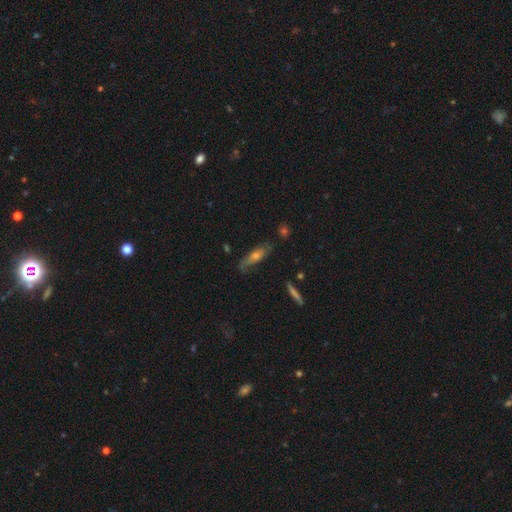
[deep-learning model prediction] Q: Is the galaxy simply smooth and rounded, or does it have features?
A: featured or disk — 50%.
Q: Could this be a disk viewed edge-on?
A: yes — 51%.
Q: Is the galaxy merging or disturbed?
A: none — 67%.